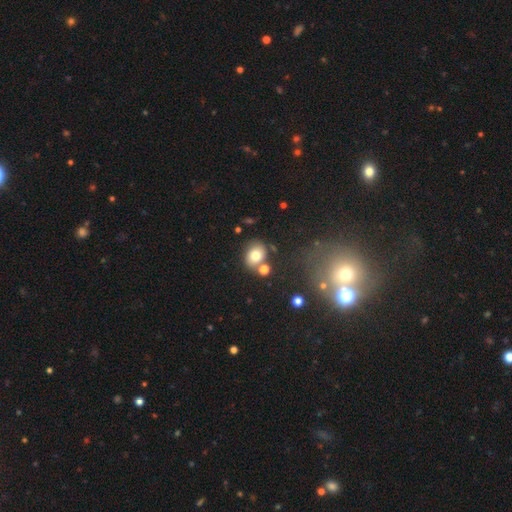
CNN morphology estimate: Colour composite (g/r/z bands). It shows a smooth galaxy with no disk features (76%) that is round (54%). Merging: none (68%).